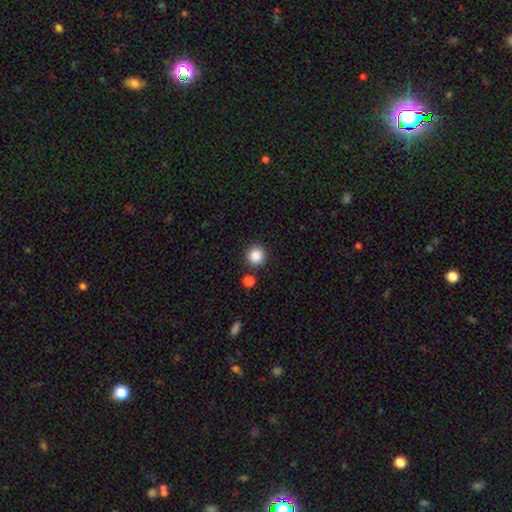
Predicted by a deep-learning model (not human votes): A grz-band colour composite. It shows a smooth galaxy with no disk features (87%) that is round (93%). Merging: none (87%).